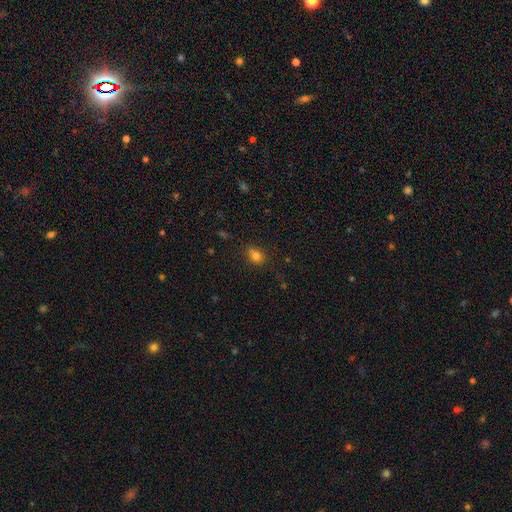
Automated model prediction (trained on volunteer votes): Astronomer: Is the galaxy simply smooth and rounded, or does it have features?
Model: smooth — 78%.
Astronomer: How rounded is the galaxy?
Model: in between — 56% (runner-up: round, 42%).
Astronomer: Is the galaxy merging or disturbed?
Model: none — 65%.